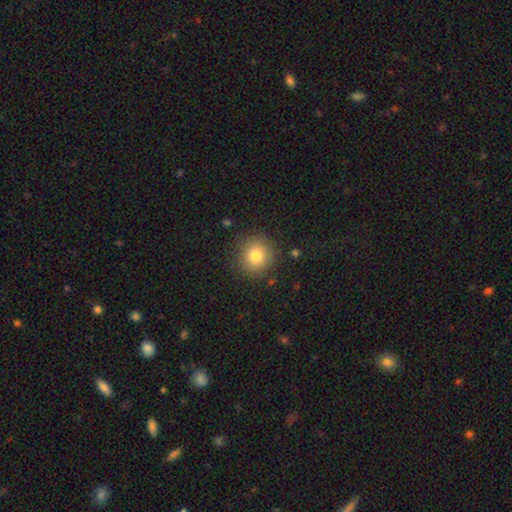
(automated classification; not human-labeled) Smooth or featured: smooth — 80% (star or artifact — 12%)
How rounded: round — 92% (in between — 8%)
Merging: none — 88% (minor disturbance — 8%)